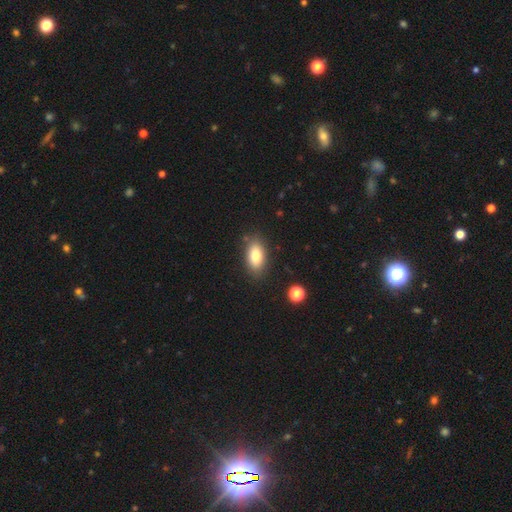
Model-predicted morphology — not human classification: Q: Smooth or featured?
A: smooth (80%); runner-up: featured or disk (12%)
Q: How rounded?
A: in between (90%); runner-up: round (6%)
Q: Merging?
A: none (84%); runner-up: minor disturbance (11%)